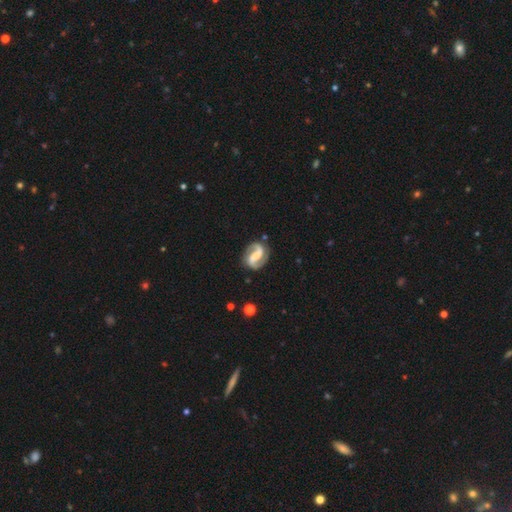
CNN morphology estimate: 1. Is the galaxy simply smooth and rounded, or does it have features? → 91% featured or disk, 5% smooth, 4% star or artifact.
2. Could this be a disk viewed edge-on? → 98% no, 2% yes.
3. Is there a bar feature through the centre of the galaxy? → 40% strong, 38% weak, 22% no.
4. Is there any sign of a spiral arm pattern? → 98% yes, 2% no.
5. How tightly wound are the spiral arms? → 55% medium, 24% loose, 21% tight.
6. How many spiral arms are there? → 94% 2, 1% can't tell, 1% 1, 1% 3, 1% 4, 1% more than 4.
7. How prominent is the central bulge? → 44% moderate, 38% small, 10% none, 7% large, 2% dominant.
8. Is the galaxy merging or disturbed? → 85% none, 10% minor disturbance, 3% major disturbance, 2% merger.